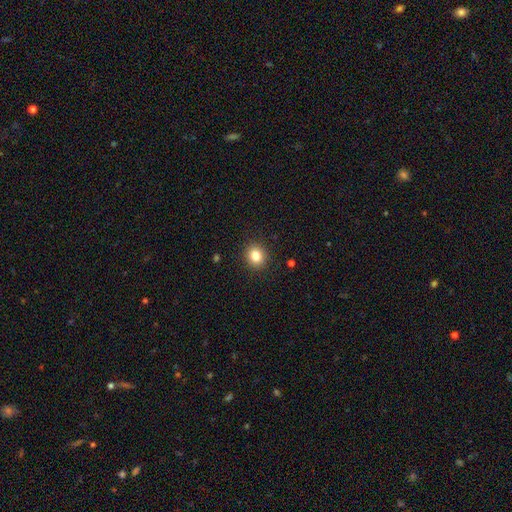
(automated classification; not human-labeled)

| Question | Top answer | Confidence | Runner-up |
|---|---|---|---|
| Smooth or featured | smooth | 83% | star or artifact (11%) |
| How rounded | round | 81% | in between (18%) |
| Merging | none | 91% | minor disturbance (6%) |